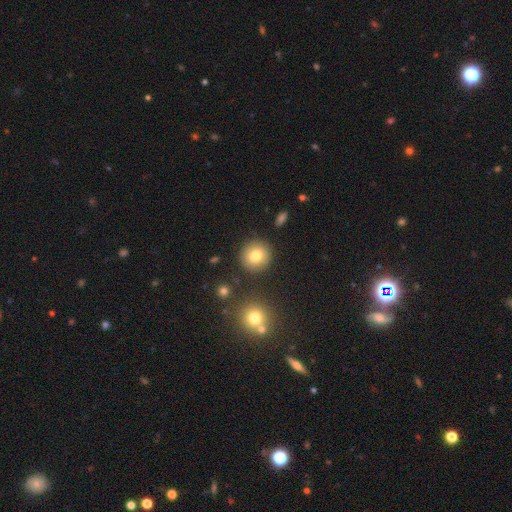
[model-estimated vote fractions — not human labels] Q: Smooth or featured?
A: smooth (78%); runner-up: featured or disk (12%)
Q: How rounded?
A: round (92%); runner-up: in between (7%)
Q: Merging?
A: none (88%); runner-up: minor disturbance (7%)